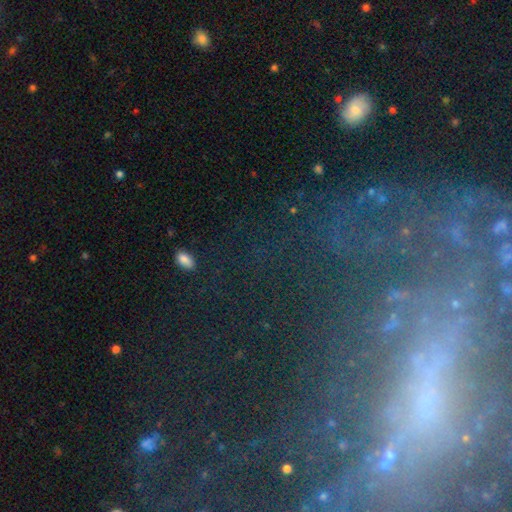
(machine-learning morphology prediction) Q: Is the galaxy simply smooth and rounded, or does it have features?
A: star or artifact — 40%.